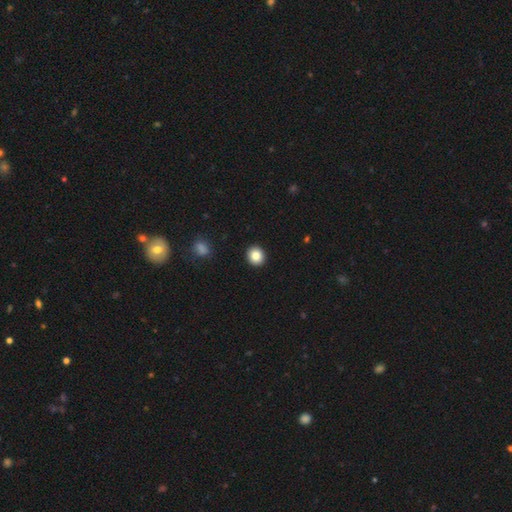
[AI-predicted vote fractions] smooth 85%, star or artifact 10%, featured or disk 5%. Down the decision tree: how rounded — round (87%); merging — none (93%).